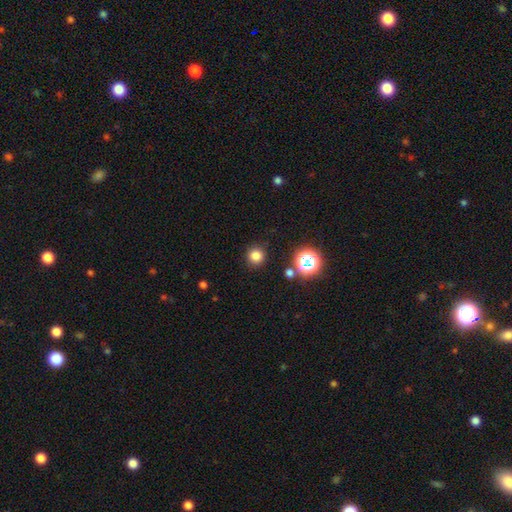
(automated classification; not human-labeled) A smooth galaxy with no disk features (78%) that is round (94%). Merging: none (88%).